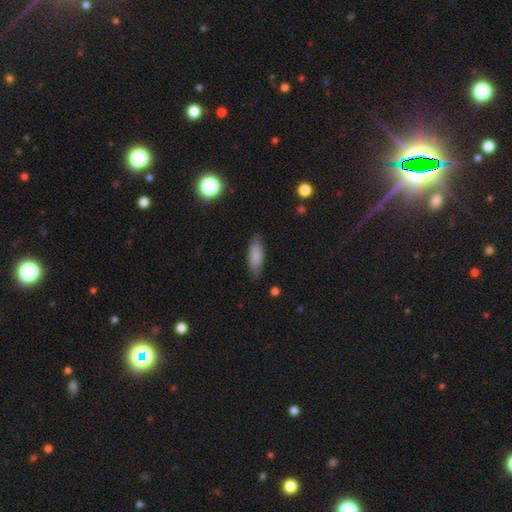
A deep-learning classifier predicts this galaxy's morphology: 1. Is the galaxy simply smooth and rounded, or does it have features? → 83% smooth, 10% featured or disk, 7% star or artifact.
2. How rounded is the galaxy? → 71% in between, 28% cigar-shaped, 2% round.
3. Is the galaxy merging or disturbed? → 82% none, 14% minor disturbance, 3% major disturbance, 1% merger.